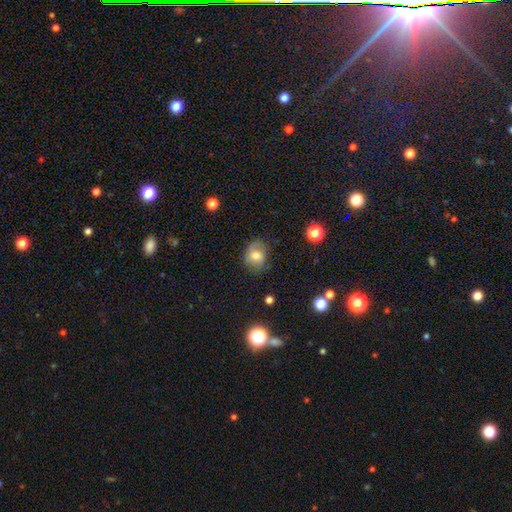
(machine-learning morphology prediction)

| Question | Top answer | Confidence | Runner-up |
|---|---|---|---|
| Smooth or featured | smooth | 69% | featured or disk (20%) |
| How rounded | round | 58% | in between (41%) |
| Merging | none | 65% | minor disturbance (25%) |